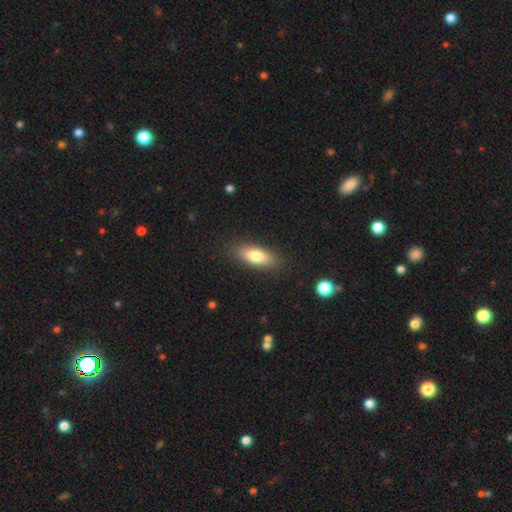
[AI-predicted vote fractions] smooth 78%, featured or disk 15%, star or artifact 7%. Down the decision tree: how rounded — in between (78%); merging — none (87%).